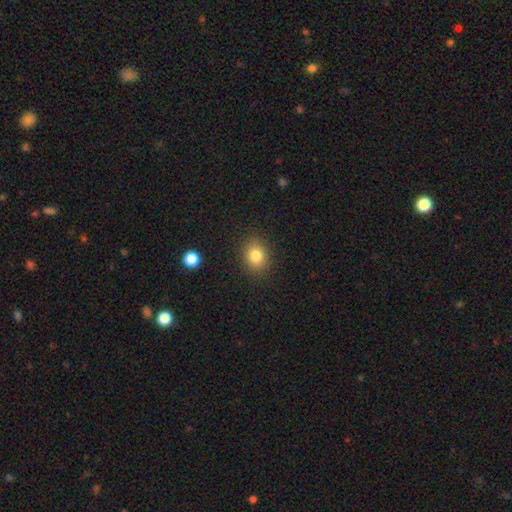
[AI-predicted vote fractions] This appears to be a smooth galaxy with no disk features (81%) that is round (56%). Merging: none (87%).